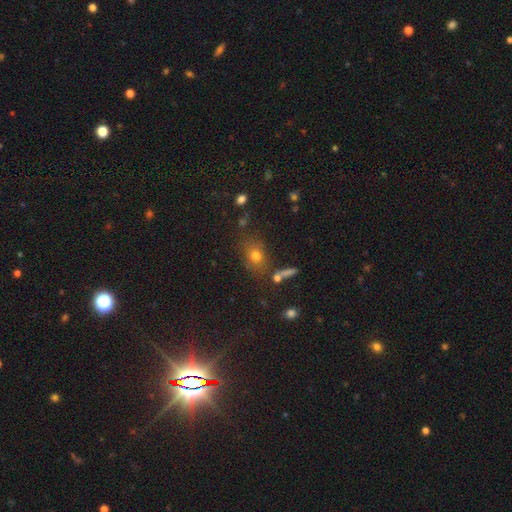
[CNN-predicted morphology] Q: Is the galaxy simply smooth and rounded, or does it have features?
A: smooth — 71%.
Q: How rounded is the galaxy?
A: in between — 56%.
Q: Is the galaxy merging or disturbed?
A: none — 72%.